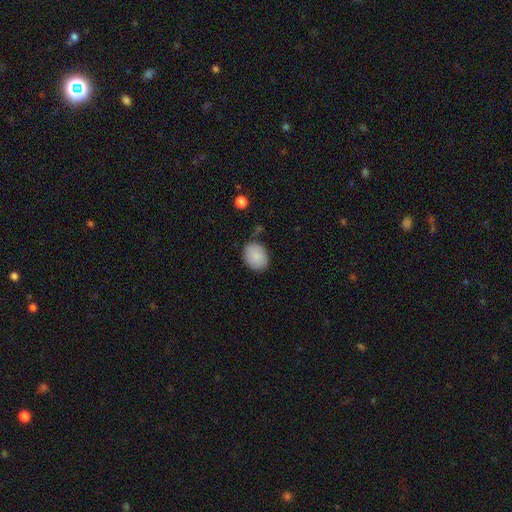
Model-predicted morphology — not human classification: Q: Smooth or featured?
A: smooth (87%); runner-up: star or artifact (7%)
Q: How rounded?
A: in between (65%); runner-up: round (34%)
Q: Merging?
A: none (76%); runner-up: minor disturbance (17%)